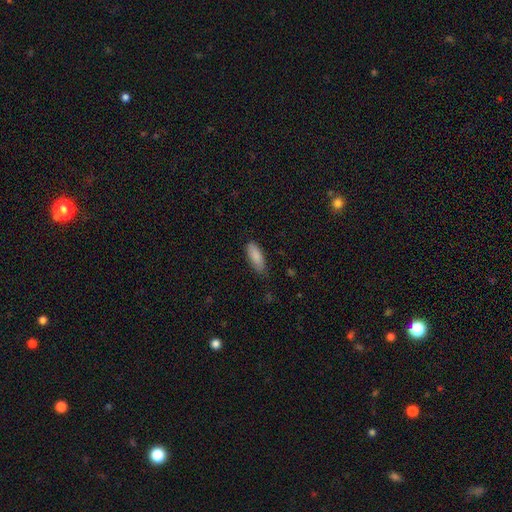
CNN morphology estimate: Smooth or featured: smooth — 86% (featured or disk — 8%)
How rounded: in between — 76% (cigar-shaped — 22%)
Merging: none — 75% (minor disturbance — 21%)